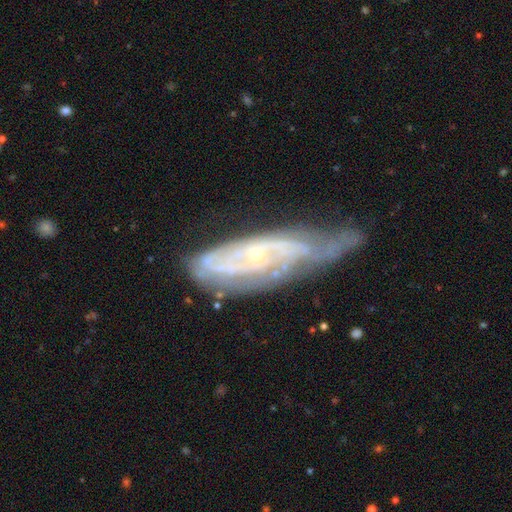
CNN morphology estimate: This appears to be a featured or disk galaxy (82%) with no bar (65%), tight (53%) spiral arms (90%) and a small central bulge (76%). Merging: none (40%).